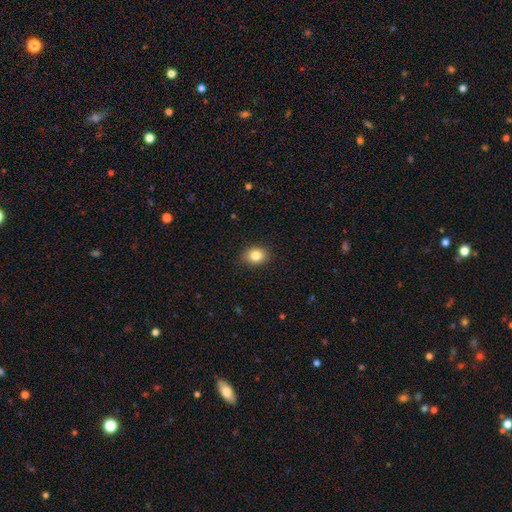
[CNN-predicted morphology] Smooth or featured?
  - smooth: 83% *
  - star or artifact: 10%
  - featured or disk: 7%
How rounded?
  - round: 50% *
  - in between: 49%
  - cigar-shaped: 1%
Merging?
  - none: 89% *
  - minor disturbance: 8%
  - major disturbance: 2%
  - merger: 1%